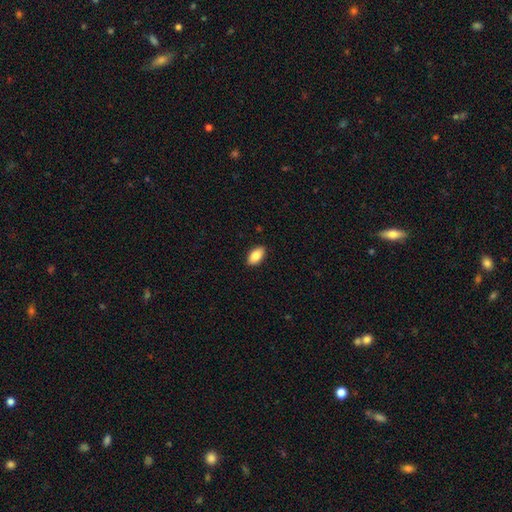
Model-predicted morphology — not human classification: This is clearly a smooth galaxy (85%). How rounded: clearly in between (93%). Merging: clearly none (89%).